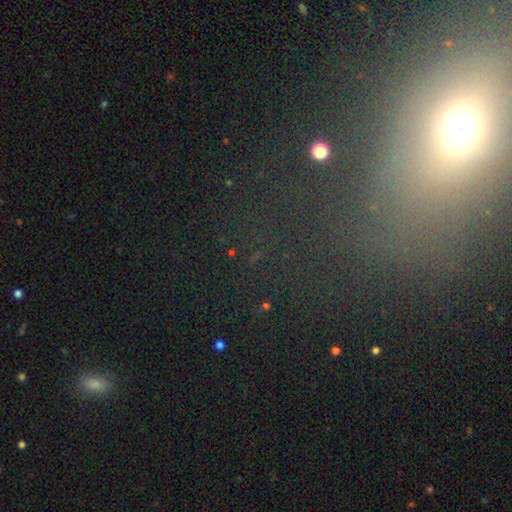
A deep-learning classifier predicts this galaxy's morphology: smooth-or-featured: star or artifact: 63% | smooth: 22% | featured or disk: 15%